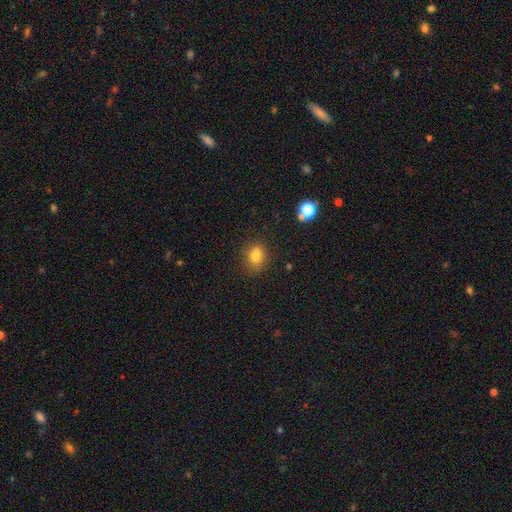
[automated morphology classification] smooth 75%, star or artifact 13%, featured or disk 11%. Down the decision tree: how rounded — round (63%); merging — none (60%).